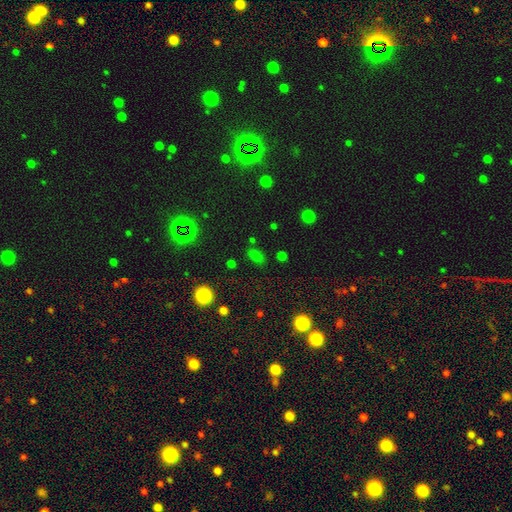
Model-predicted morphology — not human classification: A smooth galaxy with no disk features (61%) that is in between round and cigar-shaped (80%).

Vote fractions:
- Smooth or featured? smooth: 61% / star or artifact: 32% / featured or disk: 7%
- How rounded? in between: 80% / round: 15% / cigar-shaped: 5%
- Merging? none: 78% / minor disturbance: 13% / major disturbance: 5% / merger: 4%